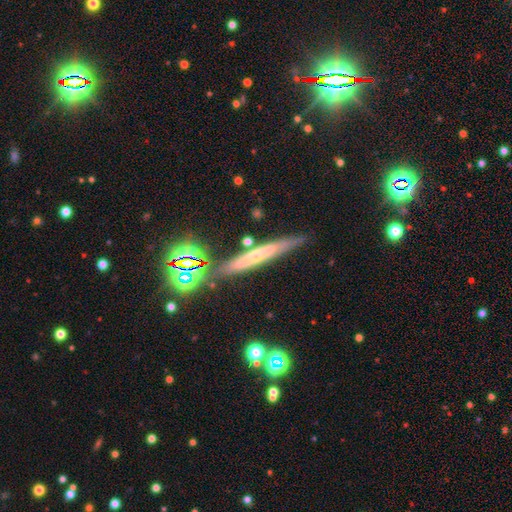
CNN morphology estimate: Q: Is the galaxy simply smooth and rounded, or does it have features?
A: featured or disk — 50%.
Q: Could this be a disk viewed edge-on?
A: yes — 88%.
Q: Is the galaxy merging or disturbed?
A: none — 79%.